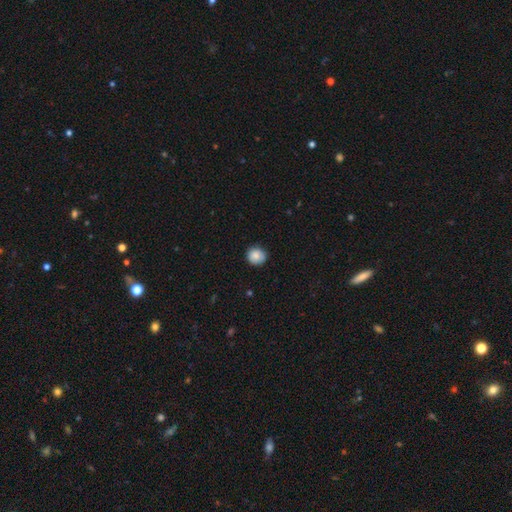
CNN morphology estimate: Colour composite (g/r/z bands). It shows a smooth galaxy with no disk features (87%) that is round (90%). Merging: none (87%).